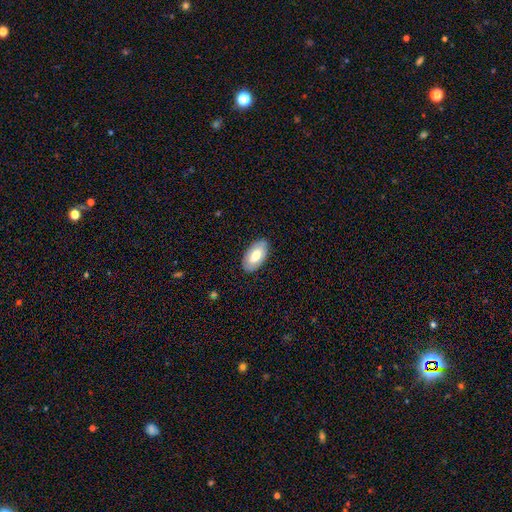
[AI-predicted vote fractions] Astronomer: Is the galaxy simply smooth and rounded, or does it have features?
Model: smooth — 64%.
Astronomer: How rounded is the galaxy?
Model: in between — 95%.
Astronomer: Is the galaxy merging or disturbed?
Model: none — 86%.